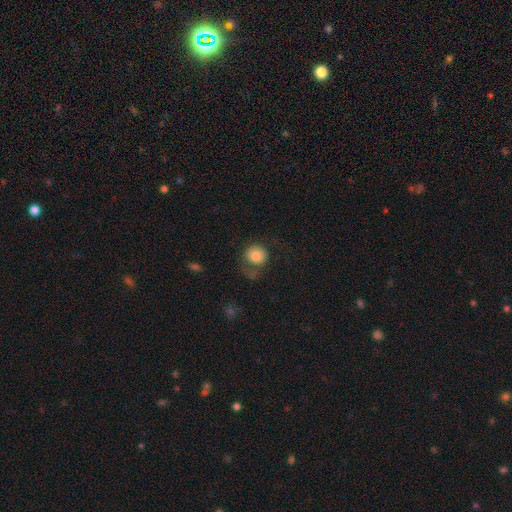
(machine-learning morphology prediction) Overall: smooth (78%). How rounded: round (82%). Merging: none (45%; major disturbance 29%).